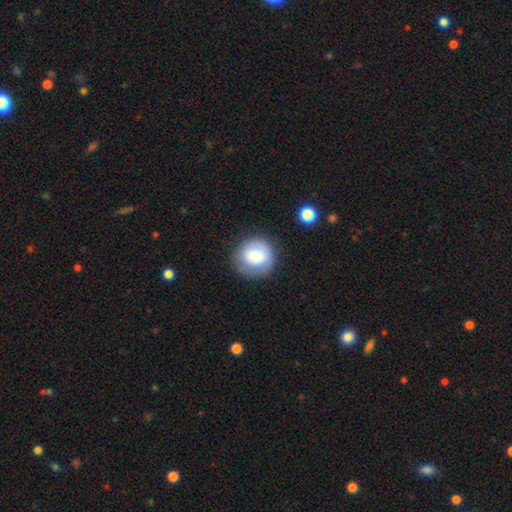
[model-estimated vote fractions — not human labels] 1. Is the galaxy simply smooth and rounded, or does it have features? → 82% smooth, 10% featured or disk, 7% star or artifact.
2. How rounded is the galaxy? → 89% round, 10% in between, 1% cigar-shaped.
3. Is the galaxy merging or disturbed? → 78% none, 14% minor disturbance, 6% major disturbance, 2% merger.